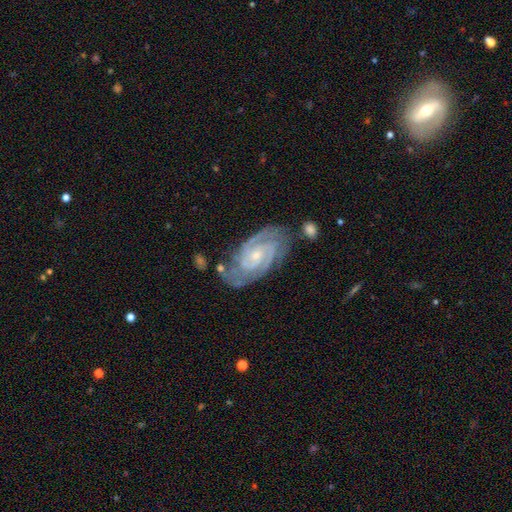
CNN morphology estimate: Smooth or featured? featured or disk (91%)
Edge-on disk? no (97%)
Bar? no (58%)
Spiral arms? yes (98%)
Spiral winding? tight (71%)
Spiral arm count? 2 (68%)
Bulge size? small (71%)
Merging? none (73%)